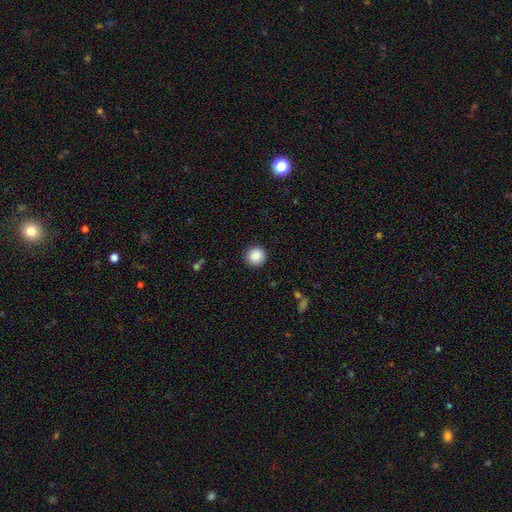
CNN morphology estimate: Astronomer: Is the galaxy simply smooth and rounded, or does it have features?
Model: smooth — 88%.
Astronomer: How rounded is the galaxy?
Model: round — 95%.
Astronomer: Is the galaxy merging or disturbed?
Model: none — 91%.